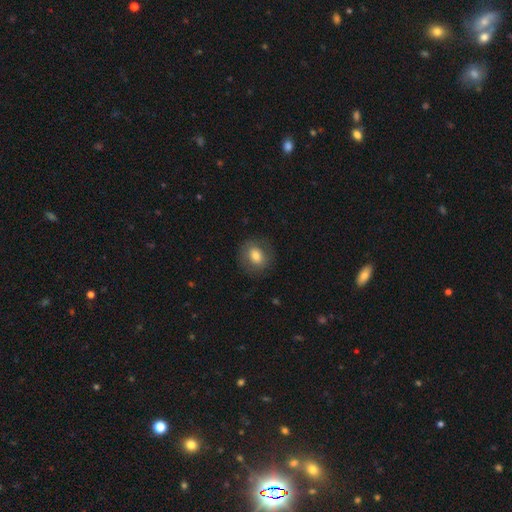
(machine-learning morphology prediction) Q: Smooth or featured?
A: smooth (75%); runner-up: featured or disk (17%)
Q: How rounded?
A: round (62%); runner-up: in between (37%)
Q: Merging?
A: none (82%); runner-up: minor disturbance (12%)